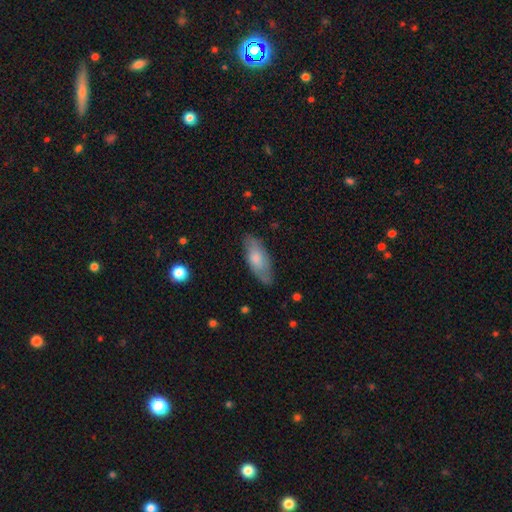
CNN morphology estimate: The model was most divided on "smooth or featured": smooth: 66%, featured or disk: 28%, star or artifact: 6%. More confident: merging — none (81%); how rounded — in between (75%).